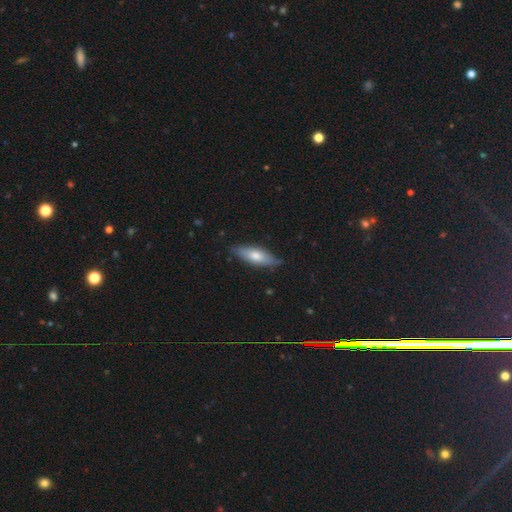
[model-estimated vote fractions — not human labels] Smooth or featured: smooth — 63% (featured or disk — 31%)
How rounded: in between — 56% (cigar-shaped — 42%)
Merging: none — 80% (minor disturbance — 16%)